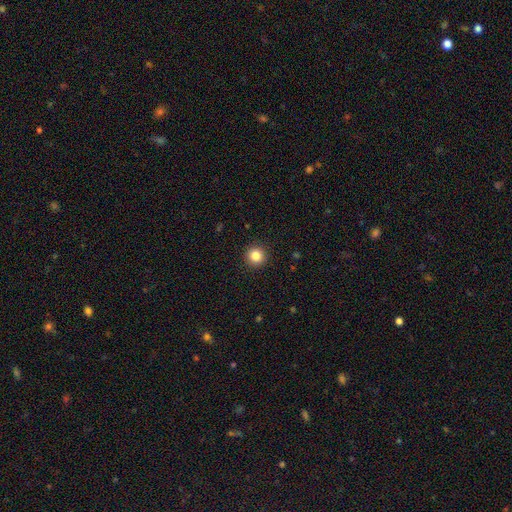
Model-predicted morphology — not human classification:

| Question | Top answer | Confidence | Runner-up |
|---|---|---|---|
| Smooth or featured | smooth | 85% | star or artifact (11%) |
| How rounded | round | 95% | in between (4%) |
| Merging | none | 93% | minor disturbance (5%) |